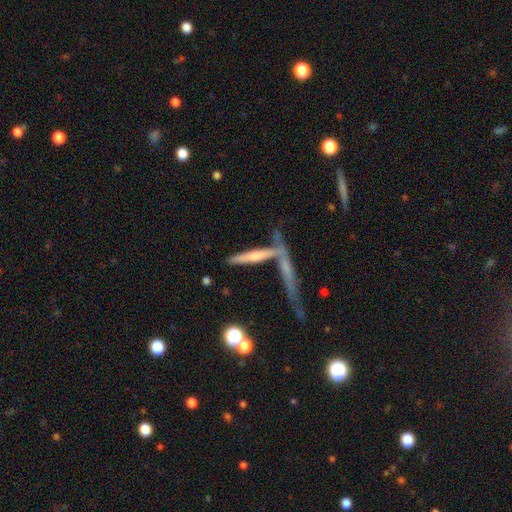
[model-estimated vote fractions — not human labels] Morphology: type=featured or disk (51%); edge-on=yes (84%); merging=none (45%).